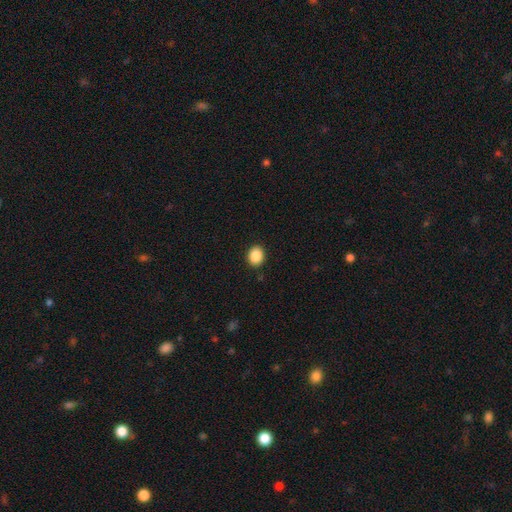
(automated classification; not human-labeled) This appears to be a smooth galaxy with no disk features (88%) that is round (59%). Merging: none (90%).